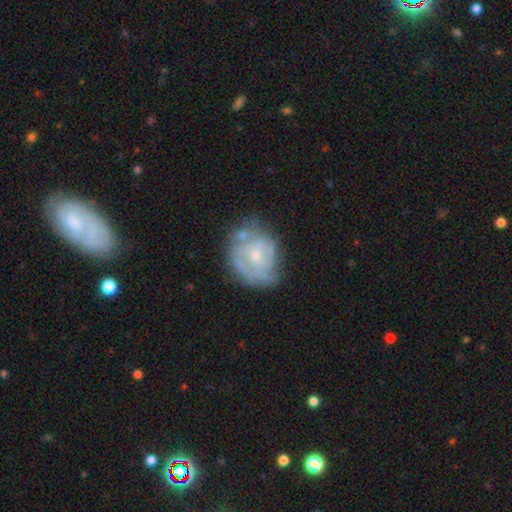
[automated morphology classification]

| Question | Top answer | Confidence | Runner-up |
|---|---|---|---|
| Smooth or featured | featured or disk | 65% | smooth (27%) |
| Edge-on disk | no | 97% | yes (3%) |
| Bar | no | 74% | weak (22%) |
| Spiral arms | yes | 54% | no (46%) |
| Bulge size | small | 64% | moderate (30%) |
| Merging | none | 48% | minor disturbance (29%) |